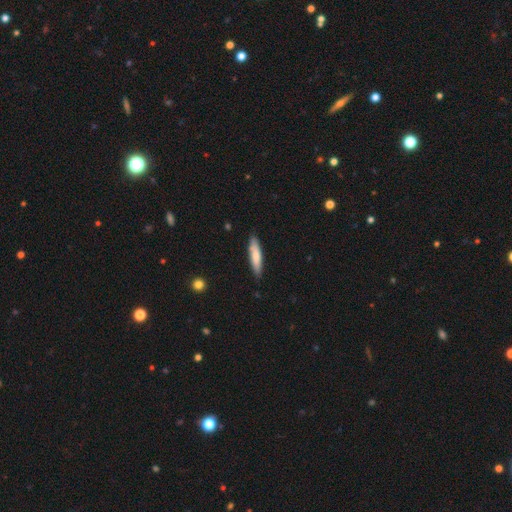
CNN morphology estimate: Smooth or featured?
  - smooth: 74% *
  - featured or disk: 21%
  - star or artifact: 5%
How rounded?
  - cigar-shaped: 78% *
  - in between: 20%
  - round: 1%
Merging?
  - none: 84% *
  - minor disturbance: 12%
  - major disturbance: 2%
  - merger: 1%